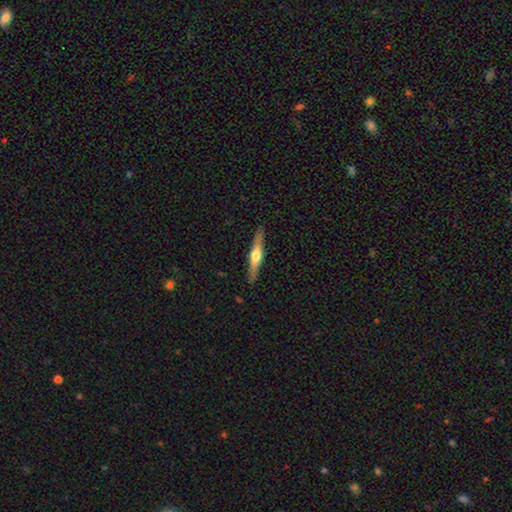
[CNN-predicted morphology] This is possibly a featured or disk galaxy (58%). It is clearly viewed edge-on (95%). Edge-on bulge: clearly rounded (90%). Merging: clearly none (89%).